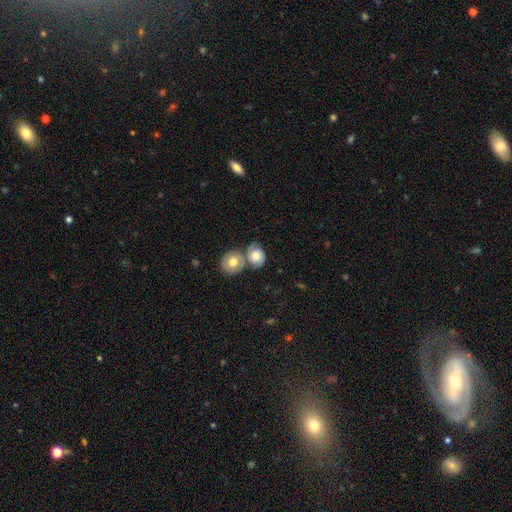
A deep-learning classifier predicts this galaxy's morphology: Smooth or featured? smooth (52%)
How rounded? round (63%)
Merging? merger (52%)